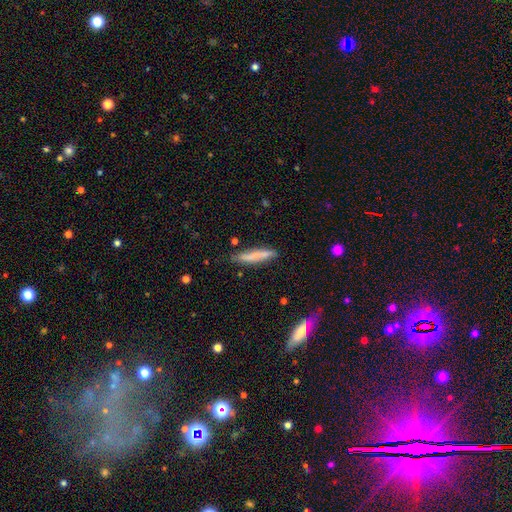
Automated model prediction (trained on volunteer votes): Morphology: type=smooth (71%); roundness=cigar-shaped (90%); merging=none (77%).